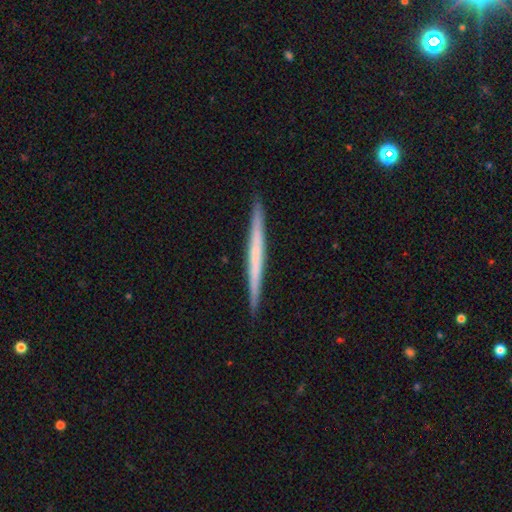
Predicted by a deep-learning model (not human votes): Smooth or featured: featured or disk — 53% (smooth — 42%)
Edge-on disk: yes — 98% (no — 2%)
Edge-on bulge: none — 88% (rounded — 8%)
Merging: none — 92% (minor disturbance — 5%)